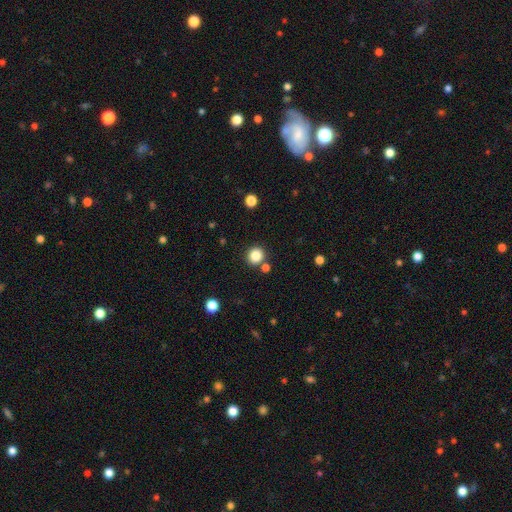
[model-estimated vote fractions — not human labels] Smooth or featured?
  - smooth: 84% *
  - star or artifact: 12%
  - featured or disk: 4%
How rounded?
  - round: 90% *
  - in between: 9%
  - cigar-shaped: 1%
Merging?
  - none: 81% *
  - merger: 9%
  - minor disturbance: 7%
  - major disturbance: 3%